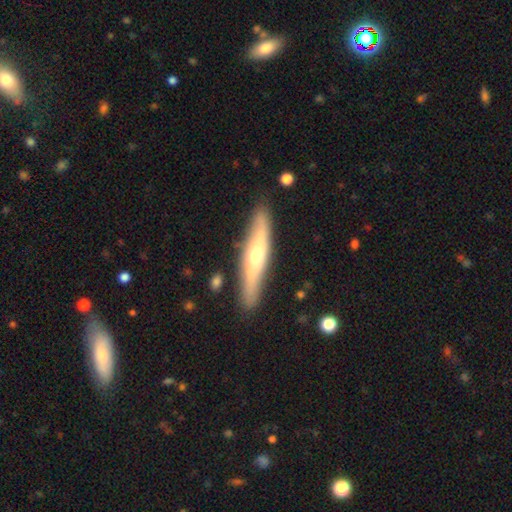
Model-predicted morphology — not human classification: Smooth or featured? featured or disk (56%)
Edge-on disk? yes (81%)
Merging? none (87%)